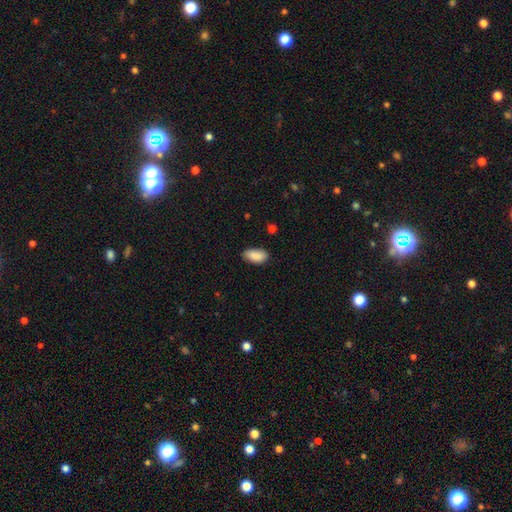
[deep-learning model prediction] Smooth or featured? smooth (89%)
How rounded? in between (92%)
Merging? none (80%)